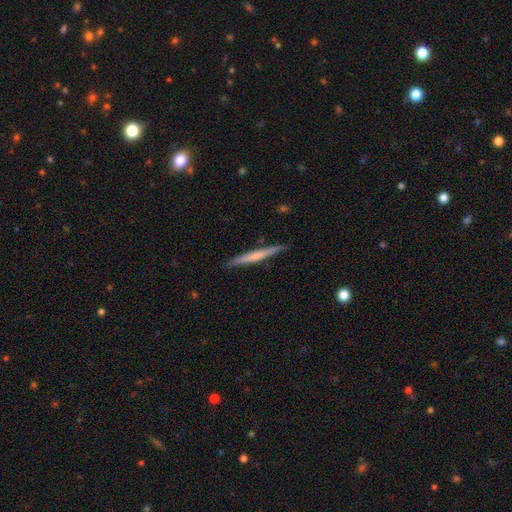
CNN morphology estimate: Overall: smooth (50%; featured or disk 45%). How rounded: cigar-shaped (96%). Merging: none (87%).